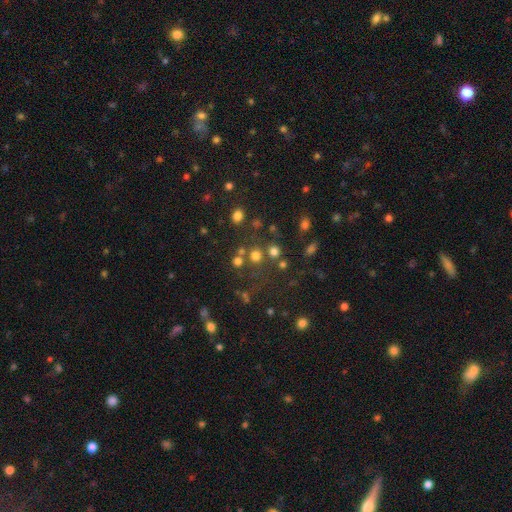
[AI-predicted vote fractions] smooth_or_featured: smooth (p=0.71) [alt: star or artifact p=0.21]
how_rounded: round (p=0.89) [alt: in between p=0.10]
merging: none (p=0.70) [alt: merger p=0.18]